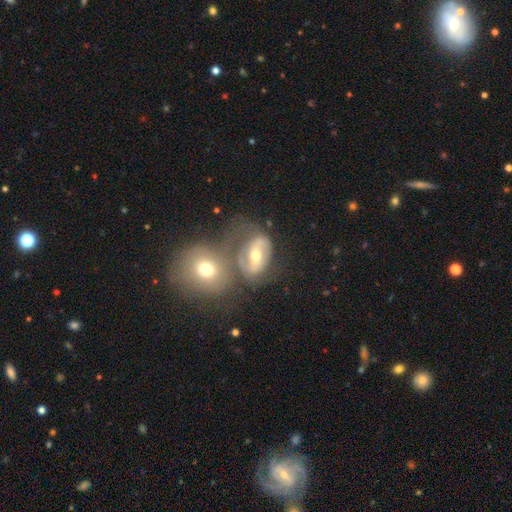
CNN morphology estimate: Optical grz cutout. It shows a featured or disk galaxy (67%) with a strong bar (36%, tied with weak), spiral arms (73%) and a moderate central bulge (62%). Merging: none (38%).